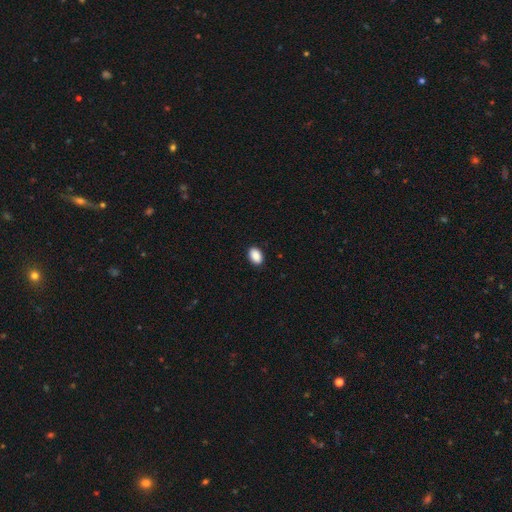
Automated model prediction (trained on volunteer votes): Overall: smooth (90%). How rounded: in between (89%). Merging: none (90%).